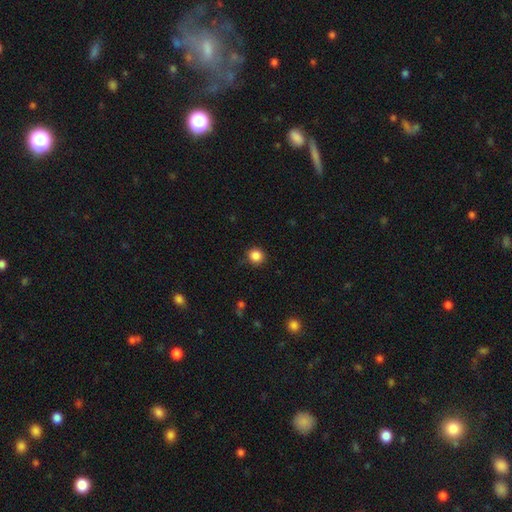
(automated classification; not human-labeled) Smooth or featured?
  - smooth: 86% *
  - star or artifact: 11%
  - featured or disk: 3%
How rounded?
  - round: 92% *
  - in between: 7%
  - cigar-shaped: 1%
Merging?
  - none: 88% *
  - minor disturbance: 8%
  - major disturbance: 2%
  - merger: 1%